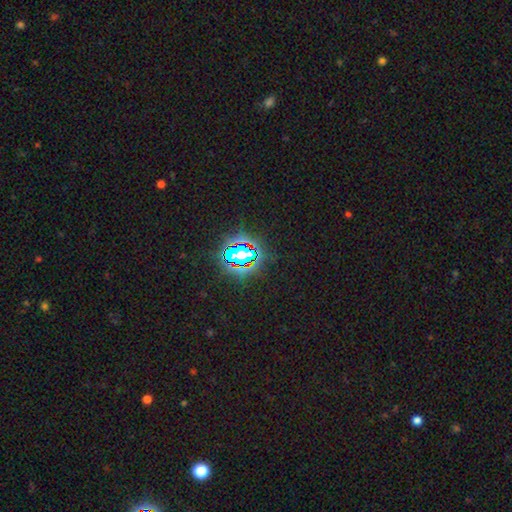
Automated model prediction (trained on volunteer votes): Smooth or featured?
  - star or artifact: 83% *
  - smooth: 11%
  - featured or disk: 7%